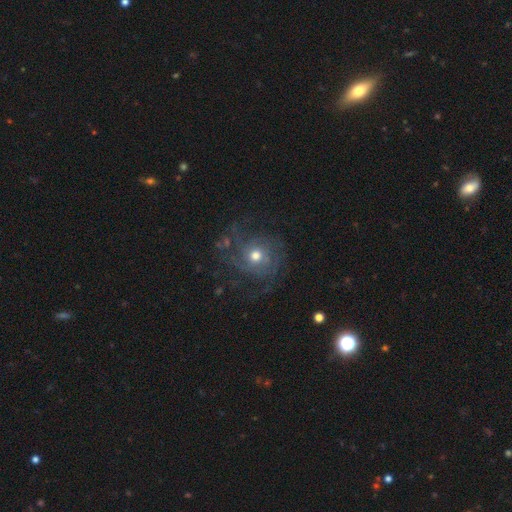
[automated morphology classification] A featured or disk galaxy (63%) with no bar (83%), spiral arms (79%) and a moderate central bulge (71%). Merging: none (57%).